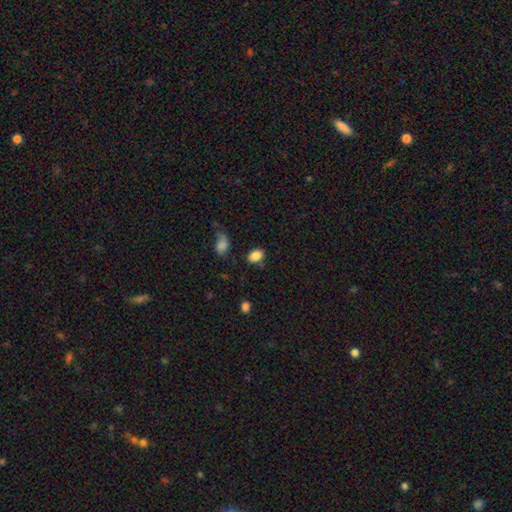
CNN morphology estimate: Smooth or featured? Predicted: smooth (p=0.86). How rounded? Predicted: in between (p=0.82). Merging? Predicted: none (p=0.75).